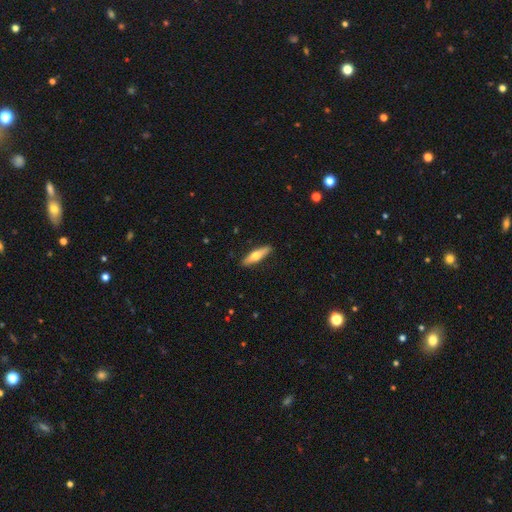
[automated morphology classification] Smooth or featured? smooth (50%)
How rounded? cigar-shaped (72%)
Merging? none (90%)